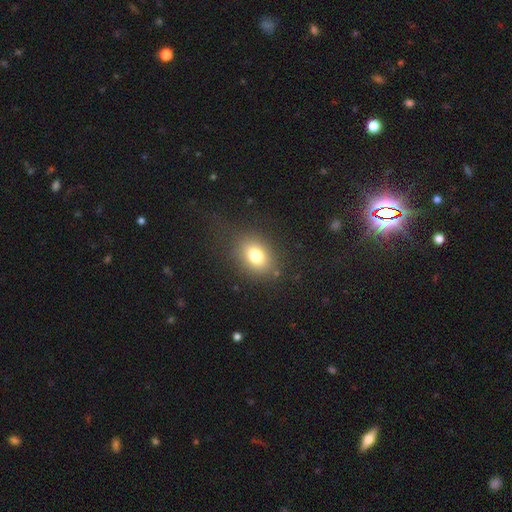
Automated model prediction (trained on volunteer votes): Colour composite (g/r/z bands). It shows a smooth galaxy with no disk features (76%) that is in between round and cigar-shaped (66%). Merging: none (78%).